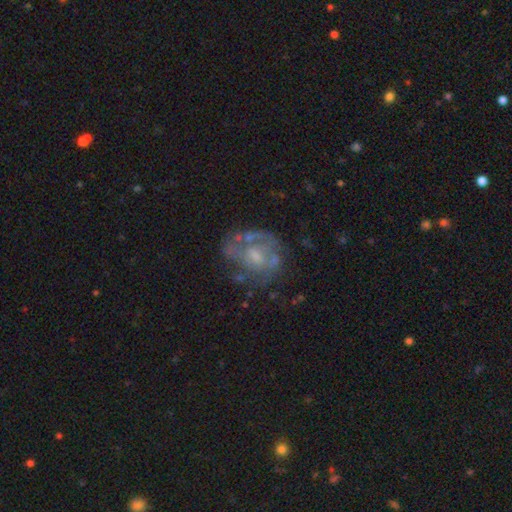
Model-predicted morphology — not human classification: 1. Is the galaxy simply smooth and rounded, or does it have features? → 69% featured or disk, 22% smooth, 8% star or artifact.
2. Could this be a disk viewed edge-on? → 98% no, 2% yes.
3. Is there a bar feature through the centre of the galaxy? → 60% no, 34% weak, 6% strong.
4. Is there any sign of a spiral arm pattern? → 57% yes, 43% no.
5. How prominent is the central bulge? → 41% small, 39% moderate, 15% none, 4% large, 1% dominant.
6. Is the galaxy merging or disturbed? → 51% none, 23% minor disturbance, 21% major disturbance, 6% merger.